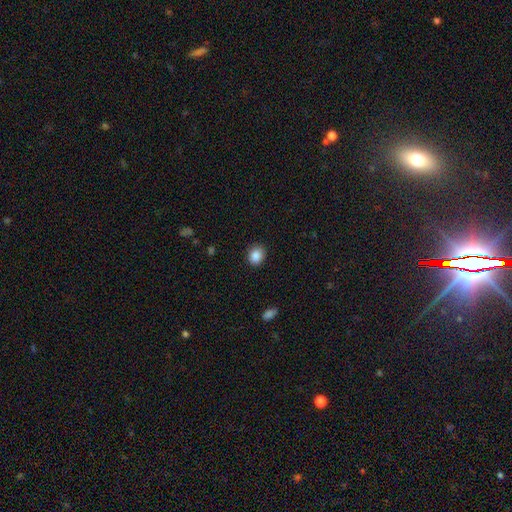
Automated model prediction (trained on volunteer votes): Smooth or featured?
  - smooth: 87% *
  - star or artifact: 9%
  - featured or disk: 4%
How rounded?
  - round: 67% *
  - in between: 33%
  - cigar-shaped: 1%
Merging?
  - none: 87% *
  - minor disturbance: 9%
  - major disturbance: 2%
  - merger: 1%